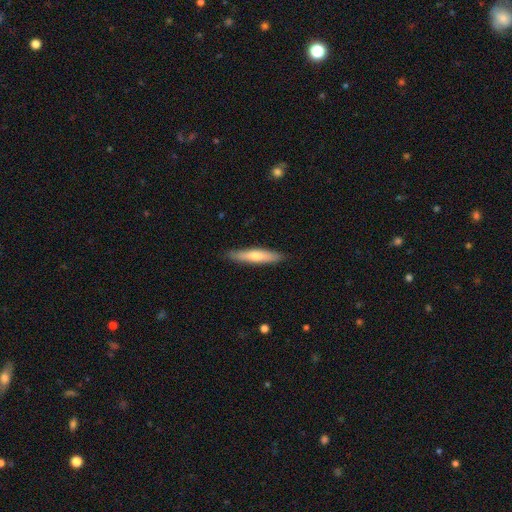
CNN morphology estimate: Smooth or featured?
  - smooth: 57% *
  - featured or disk: 38%
  - star or artifact: 6%
How rounded?
  - cigar-shaped: 89% *
  - in between: 10%
  - round: 1%
Merging?
  - none: 89% *
  - minor disturbance: 8%
  - major disturbance: 1%
  - merger: 1%